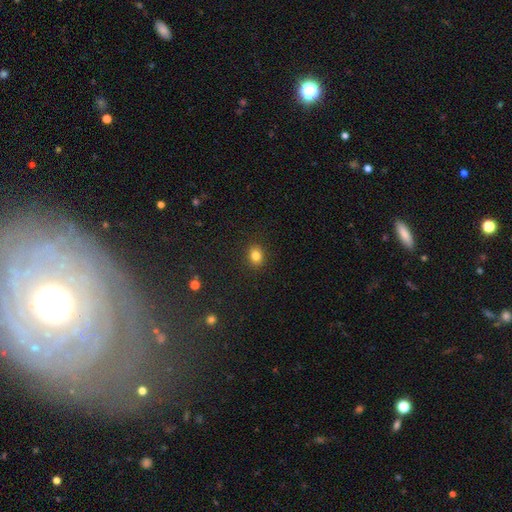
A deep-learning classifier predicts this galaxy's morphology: This is clearly a smooth galaxy (83%). How rounded: possibly round (56%). Merging: clearly none (90%).